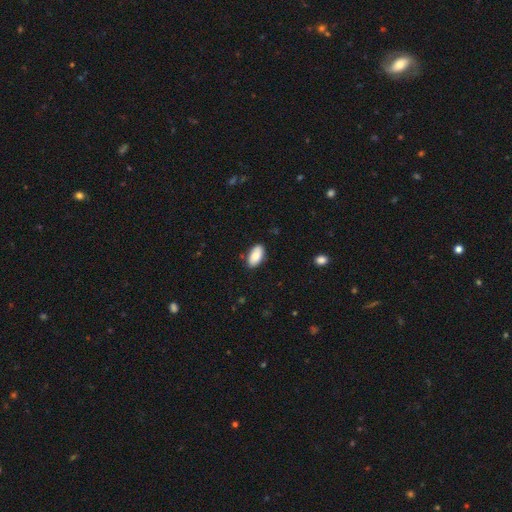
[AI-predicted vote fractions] This is clearly a smooth galaxy (84%). How rounded: clearly in between (94%). Merging: clearly none (84%).